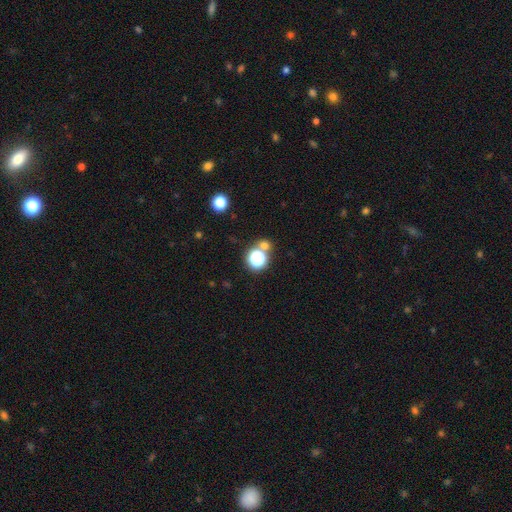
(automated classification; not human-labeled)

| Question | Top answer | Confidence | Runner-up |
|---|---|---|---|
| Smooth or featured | smooth | 56% | star or artifact (35%) |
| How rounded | round | 81% | in between (18%) |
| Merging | none | 62% | merger (25%) |